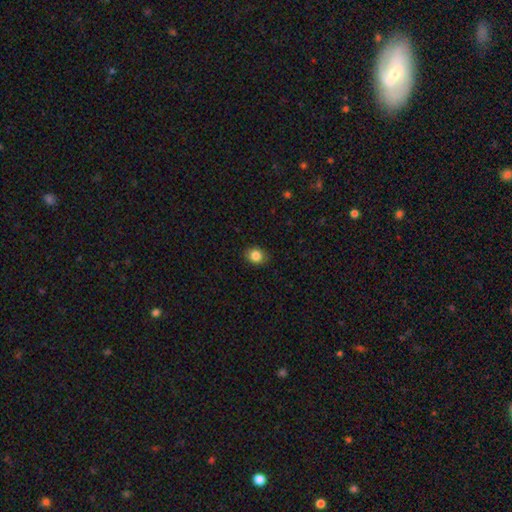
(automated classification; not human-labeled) Overall: smooth (86%). How rounded: round (56%; in between 43%). Merging: none (88%).